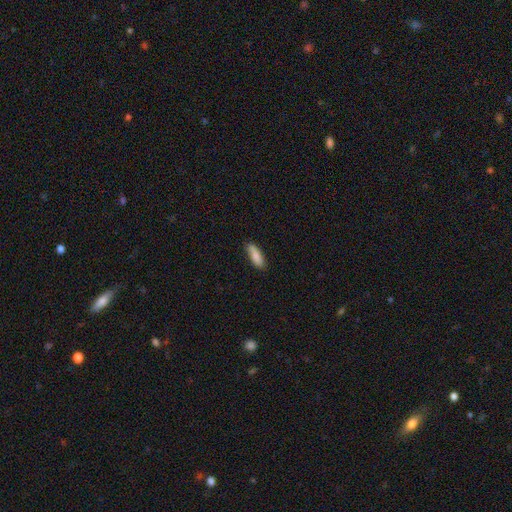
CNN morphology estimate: A smooth galaxy with no disk features (84%) that is in between round and cigar-shaped (54%).

Vote fractions:
- Smooth or featured? smooth: 84% / featured or disk: 10% / star or artifact: 6%
- How rounded? in between: 54% / cigar-shaped: 44% / round: 2%
- Merging? none: 83% / minor disturbance: 13% / major disturbance: 2% / merger: 1%